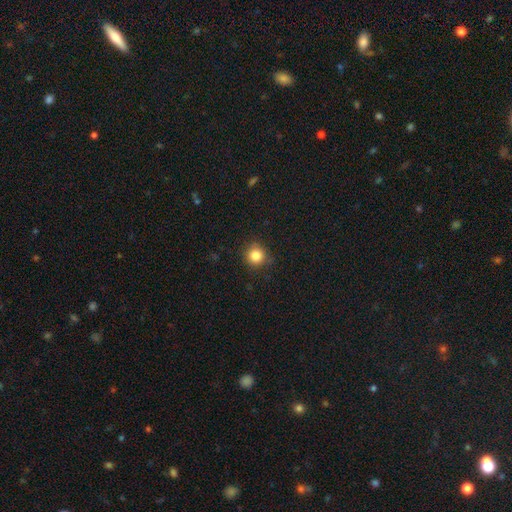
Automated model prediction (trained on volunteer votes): A smooth galaxy with no disk features (84%) that is round (92%). Merging: none (87%).